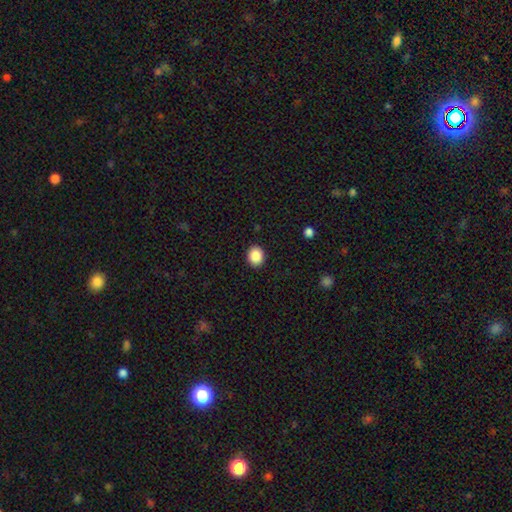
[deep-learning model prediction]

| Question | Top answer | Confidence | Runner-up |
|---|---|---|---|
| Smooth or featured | smooth | 88% | star or artifact (9%) |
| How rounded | round | 67% | in between (32%) |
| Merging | none | 91% | minor disturbance (6%) |